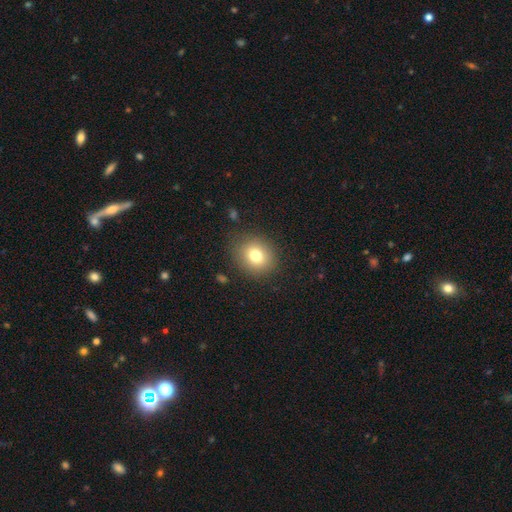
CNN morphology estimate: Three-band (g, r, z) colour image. It shows a smooth galaxy with no disk features (78%) that is round (72%). Merging: none (85%).